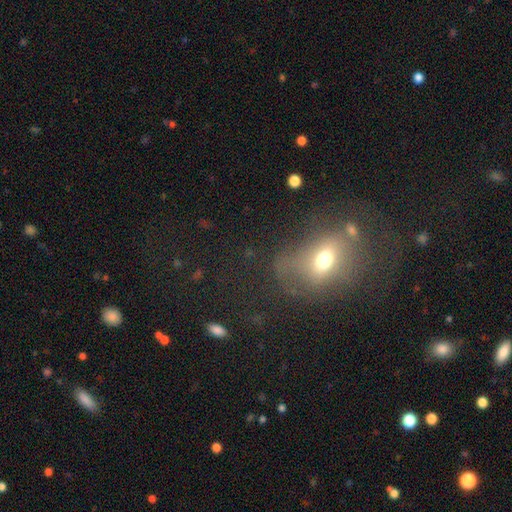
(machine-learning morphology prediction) A smooth galaxy with no disk features (50%) that is in between round and cigar-shaped (61%). Merging: none (45%).